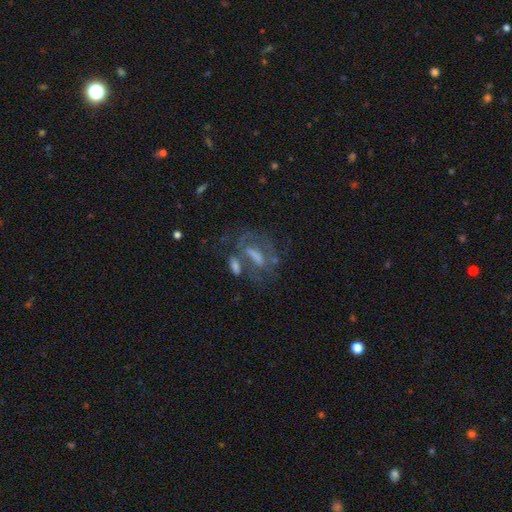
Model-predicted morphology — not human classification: The model was most divided on "bar": strong: 35%, weak: 34%, no: 31%. Remaining: edge-on disk — no (89%); smooth or featured — featured or disk (61%); spiral arms — yes (52%); merging — none (40%); bulge size — none (35%).